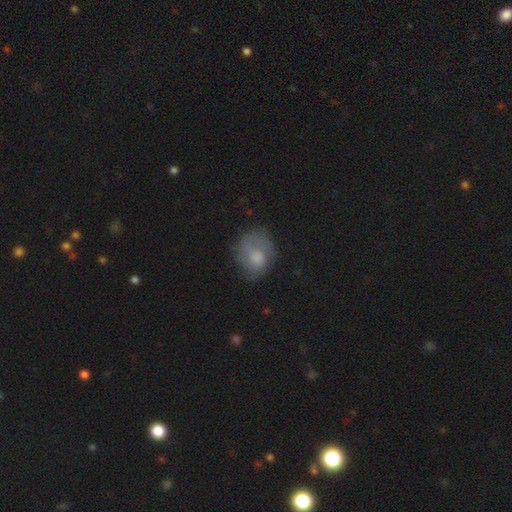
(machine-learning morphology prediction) Smooth or featured? Predicted: smooth (p=0.55). How rounded? Predicted: round (p=0.51). Merging? Predicted: none (p=0.54).